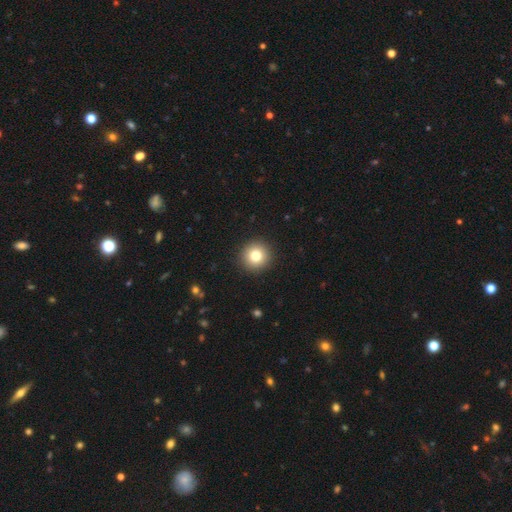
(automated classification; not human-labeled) This appears to be a smooth galaxy with no disk features (81%) that is round (95%). Merging: none (93%).